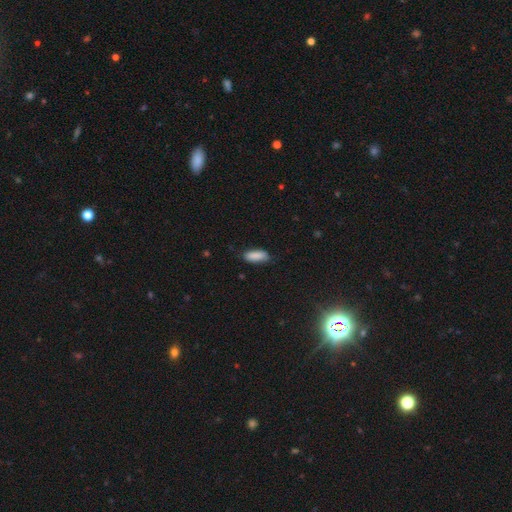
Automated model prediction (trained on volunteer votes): The model was most divided on "how rounded": in between: 75%, cigar-shaped: 23%, round: 2%. More confident: smooth or featured — smooth (88%); merging — none (79%).